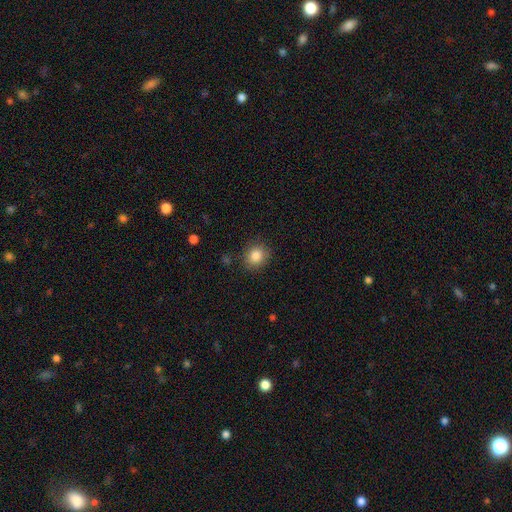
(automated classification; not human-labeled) Smooth or featured?
  - smooth: 84% *
  - star or artifact: 10%
  - featured or disk: 6%
How rounded?
  - round: 76% *
  - in between: 23%
  - cigar-shaped: 1%
Merging?
  - none: 86% *
  - minor disturbance: 10%
  - major disturbance: 3%
  - merger: 2%